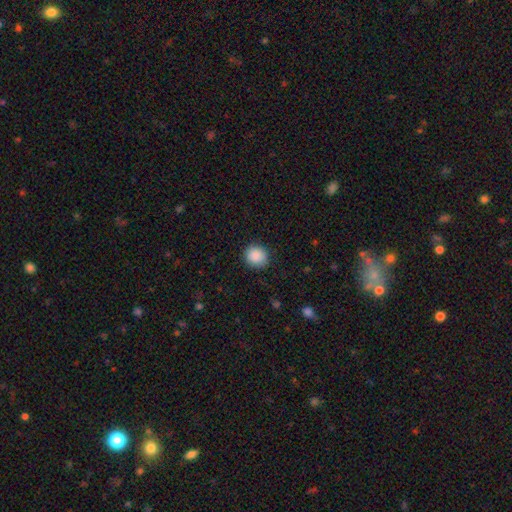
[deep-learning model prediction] Morphology: type=smooth (89%); roundness=round (88%); merging=none (89%).